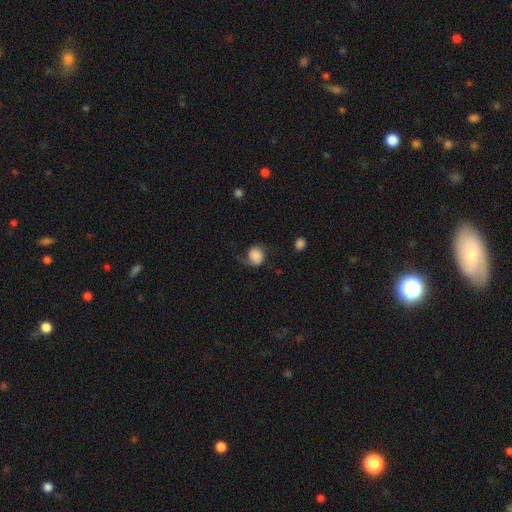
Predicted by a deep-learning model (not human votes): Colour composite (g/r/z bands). It shows a smooth galaxy with no disk features (69%) that is round (68%). Merging: none (44%).